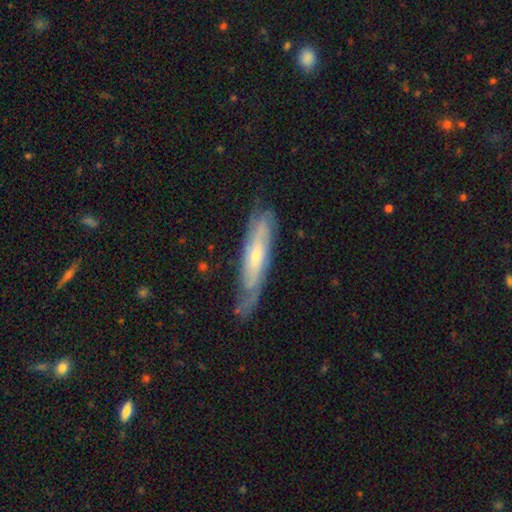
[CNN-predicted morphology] This appears to be a featured or disk galaxy (71%). Merging: none (66%).